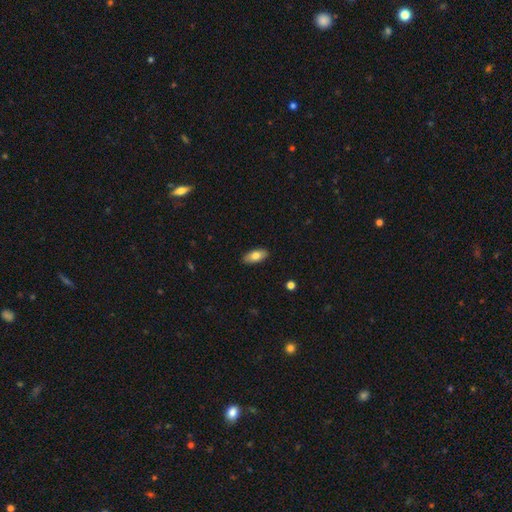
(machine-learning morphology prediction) type=smooth (77%); roundness=in between (89%); merging=none (89%).